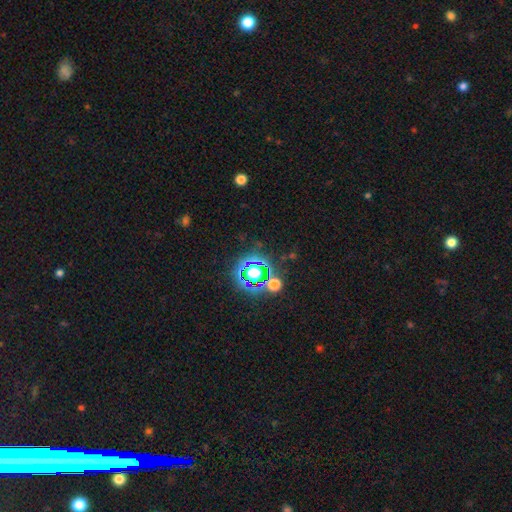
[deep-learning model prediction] Morphology: type=star or artifact (81%).